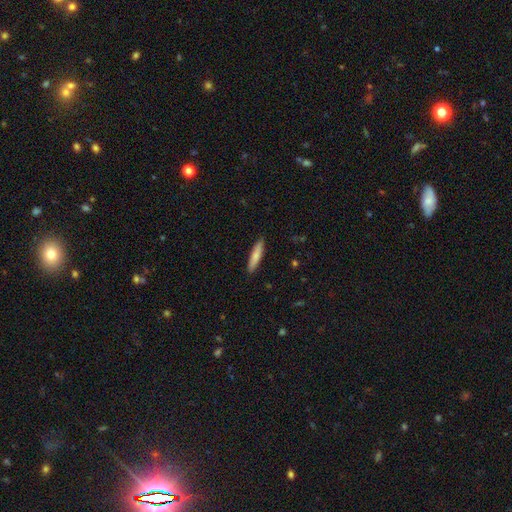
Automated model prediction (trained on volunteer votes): Q: Smooth or featured?
A: smooth (76%); runner-up: featured or disk (18%)
Q: How rounded?
A: cigar-shaped (86%); runner-up: in between (13%)
Q: Merging?
A: none (90%); runner-up: minor disturbance (7%)